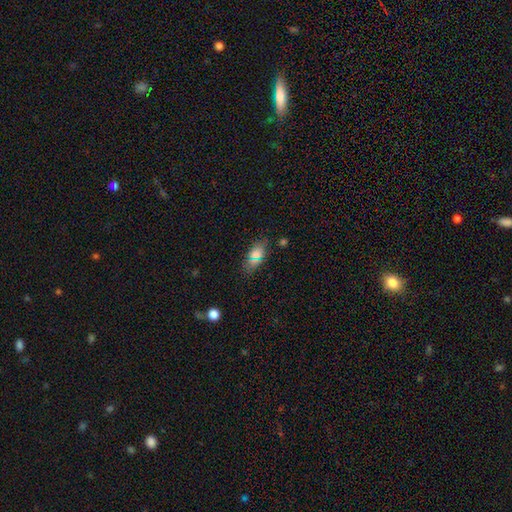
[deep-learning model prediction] smooth-or-featured: smooth: 73% | star or artifact: 17% | featured or disk: 10%
  how-rounded: in between: 86% | cigar-shaped: 8% | round: 6%
  merging: none: 84% | minor disturbance: 11% | major disturbance: 3% | merger: 2%